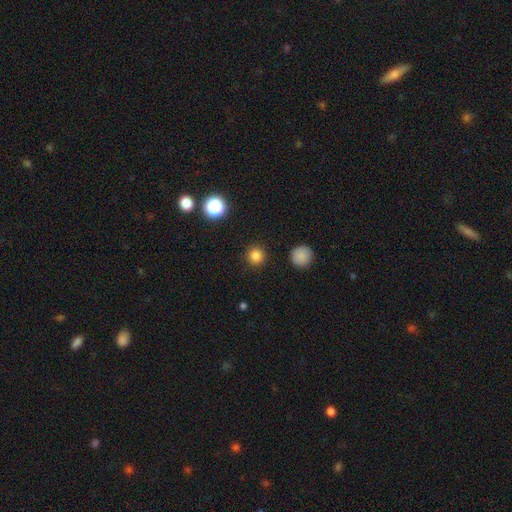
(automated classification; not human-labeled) This appears to be a smooth galaxy with no disk features (82%) that is round (95%). Merging: none (91%).